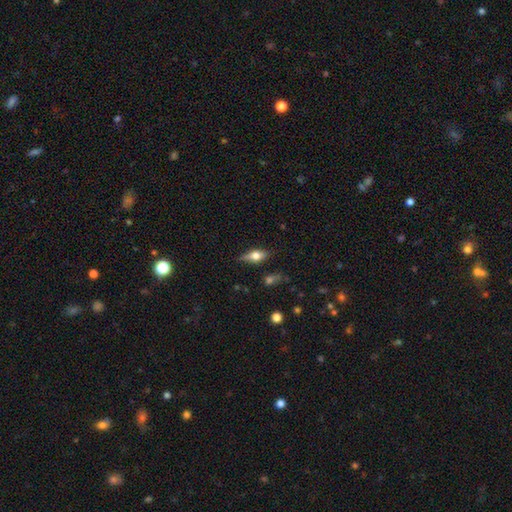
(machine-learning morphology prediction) A smooth galaxy with no disk features (49%).

Vote fractions:
- Smooth or featured? smooth: 49% / featured or disk: 43% / star or artifact: 8%
- Merging? none: 74% / minor disturbance: 18% / major disturbance: 5% / merger: 3%